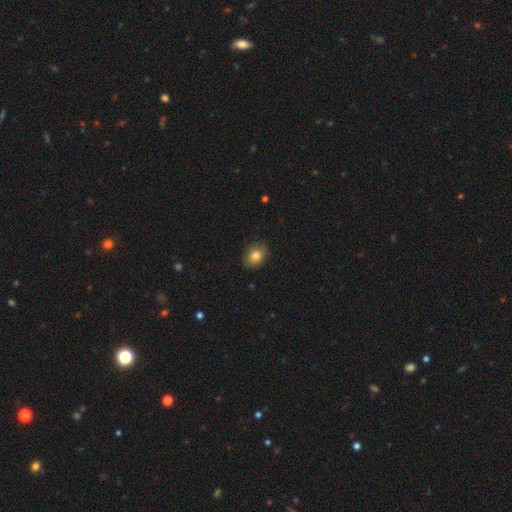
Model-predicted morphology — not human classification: smooth 83%, featured or disk 9%, star or artifact 8%. Down the decision tree: how rounded — in between (67%); merging — none (85%).